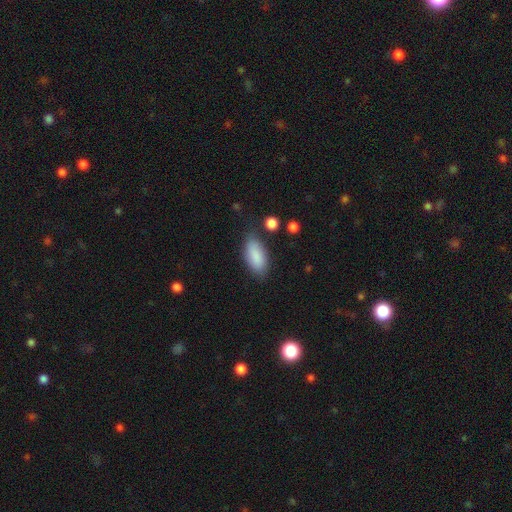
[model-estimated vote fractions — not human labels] Overall: smooth (87%). How rounded: in between (87%). Merging: none (74%).